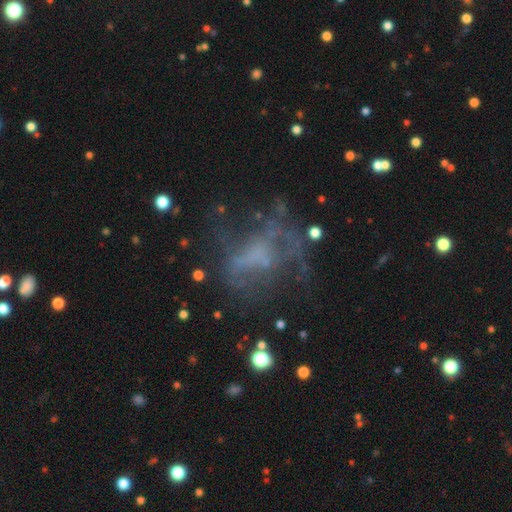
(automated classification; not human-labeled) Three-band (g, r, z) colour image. It shows a featured or disk galaxy (55%) with no bar (72%), no spiral arms (73%) and no central bulge (66%). Merging: none (42%).